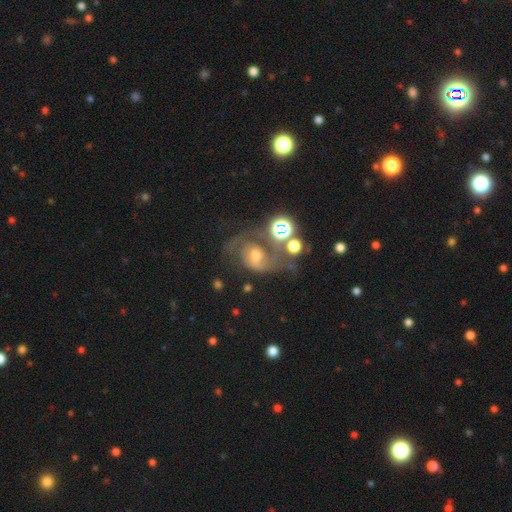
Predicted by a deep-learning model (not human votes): Overall: featured or disk (70%). Edge-on disk: no (97%). Bar: no (47%; weak 42%). Spiral arms: yes (88%). Spiral arm count: 2 (74%). Spiral winding: medium (50%; loose 30%). Bulge size: moderate (58%; small 22%). Merging: none (38%; major disturbance 27%).